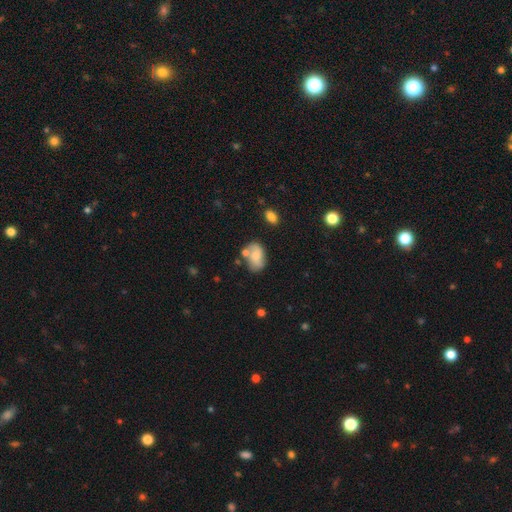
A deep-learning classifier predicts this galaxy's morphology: smooth 55%, featured or disk 37%, star or artifact 9%. Down the decision tree: how rounded — in between (83%); merging — none (50%).